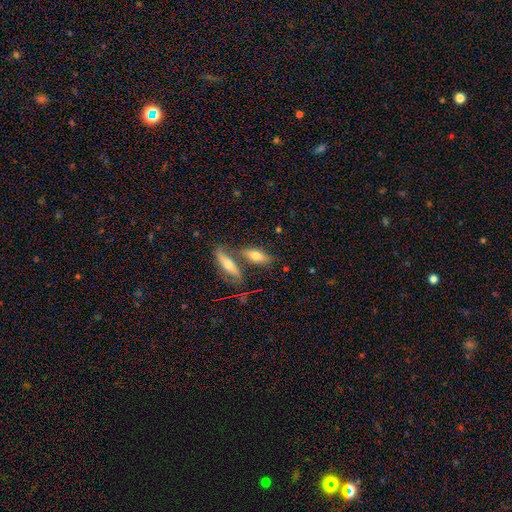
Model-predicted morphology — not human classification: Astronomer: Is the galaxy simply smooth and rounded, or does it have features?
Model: smooth — 68%.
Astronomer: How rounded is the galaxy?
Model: in between — 63%.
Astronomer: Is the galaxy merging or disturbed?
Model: none — 54% (runner-up: merger, 32%).